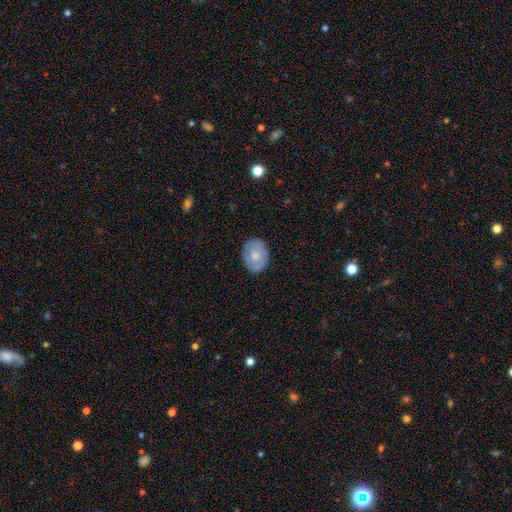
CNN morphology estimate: Q: Smooth or featured?
A: smooth (64%); runner-up: featured or disk (29%)
Q: How rounded?
A: in between (58%); runner-up: round (41%)
Q: Merging?
A: none (82%); runner-up: minor disturbance (14%)